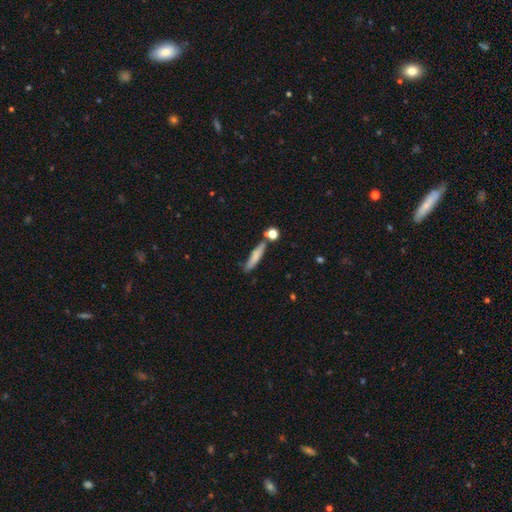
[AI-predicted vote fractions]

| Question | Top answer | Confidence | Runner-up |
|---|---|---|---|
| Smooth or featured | smooth | 74% | featured or disk (18%) |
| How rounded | cigar-shaped | 83% | in between (14%) |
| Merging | none | 71% | minor disturbance (16%) |